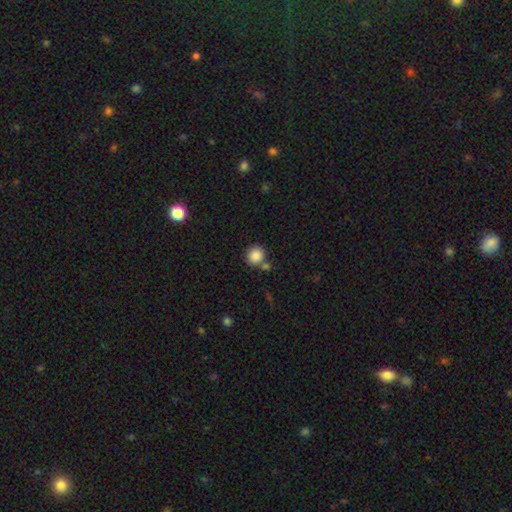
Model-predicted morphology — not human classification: The model was most divided on "merging": none: 69%, merger: 18%, minor disturbance: 10%, major disturbance: 3%. More confident: how rounded — round (91%); smooth or featured — smooth (86%).